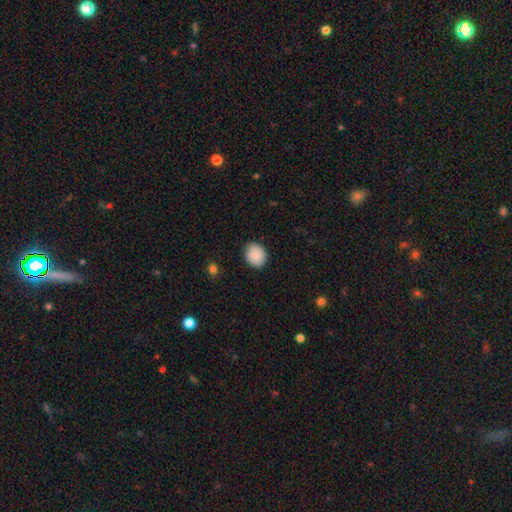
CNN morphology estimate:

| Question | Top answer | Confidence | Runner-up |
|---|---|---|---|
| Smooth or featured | smooth | 88% | star or artifact (7%) |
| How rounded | round | 54% | in between (45%) |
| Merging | none | 85% | minor disturbance (11%) |